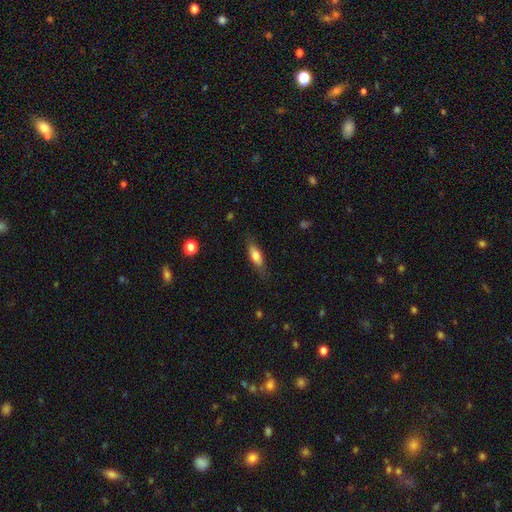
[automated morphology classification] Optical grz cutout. It shows a smooth galaxy with no disk features (71%) that is in between round and cigar-shaped (57%). Merging: none (79%).